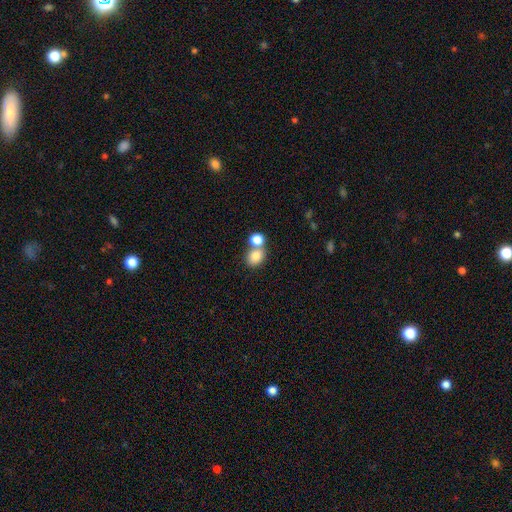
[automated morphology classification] type=smooth (80%); roundness=round (56%); merging=merger (46%).